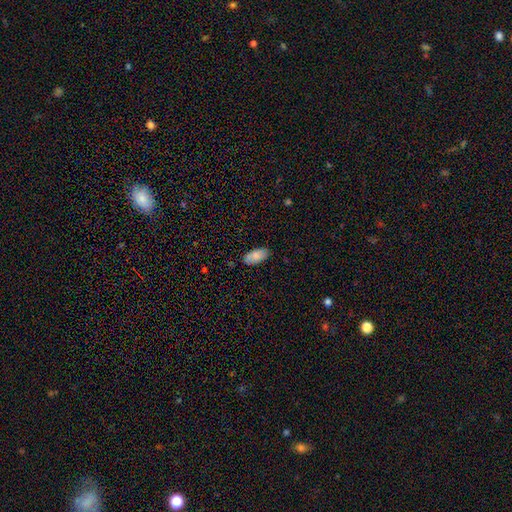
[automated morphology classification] smooth 84%, featured or disk 10%, star or artifact 6%. Down the decision tree: how rounded — in between (92%); merging — none (86%).